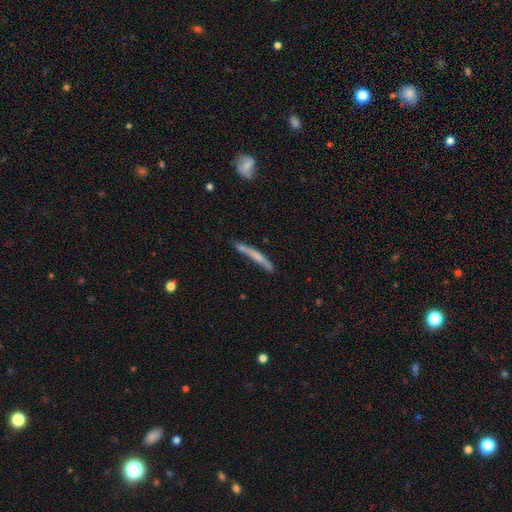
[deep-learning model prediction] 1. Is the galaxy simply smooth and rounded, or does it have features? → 51% smooth, 41% featured or disk, 8% star or artifact.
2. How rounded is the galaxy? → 95% cigar-shaped, 3% in between, 2% round.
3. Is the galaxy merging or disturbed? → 63% none, 22% minor disturbance, 8% merger, 7% major disturbance.